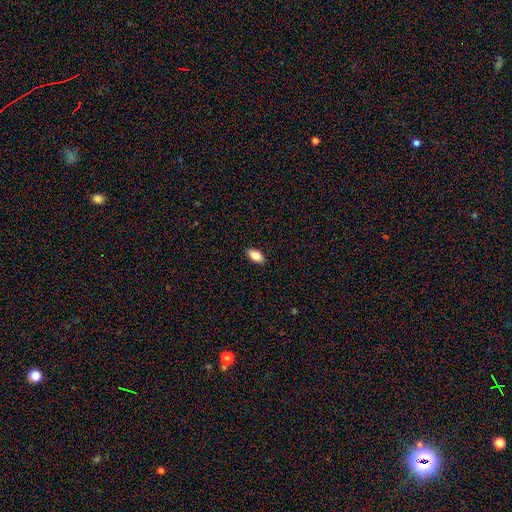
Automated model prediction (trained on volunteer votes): Smooth or featured? smooth (85%)
How rounded? in between (91%)
Merging? none (89%)